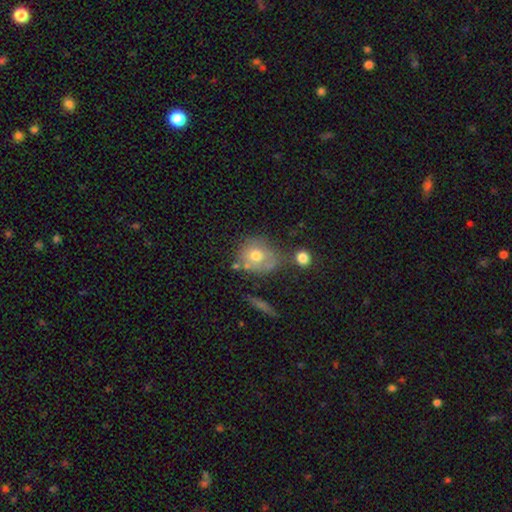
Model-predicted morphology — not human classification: A smooth galaxy with no disk features (66%) that is round (75%). Merging: none (46%).